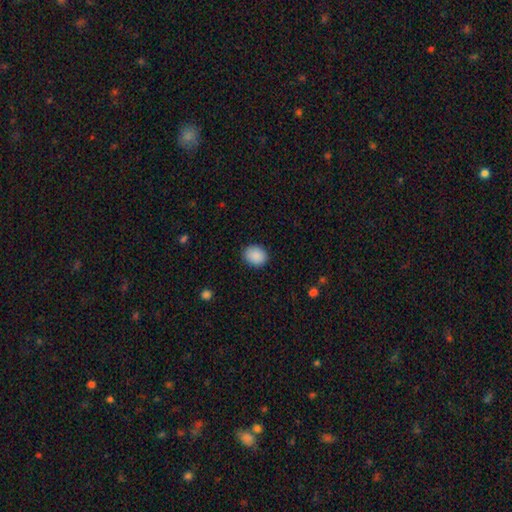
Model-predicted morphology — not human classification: Smooth or featured?
  - smooth: 89% *
  - star or artifact: 7%
  - featured or disk: 3%
How rounded?
  - round: 54% *
  - in between: 45%
  - cigar-shaped: 1%
Merging?
  - none: 87% *
  - minor disturbance: 10%
  - major disturbance: 2%
  - merger: 1%